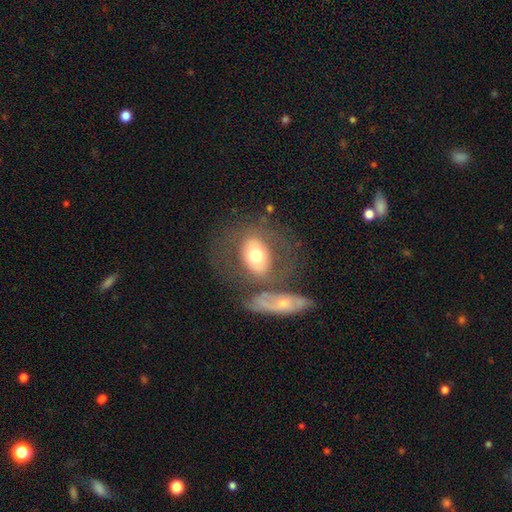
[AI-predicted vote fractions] This is possibly a smooth galaxy (50%). Merging: possibly none (51%).